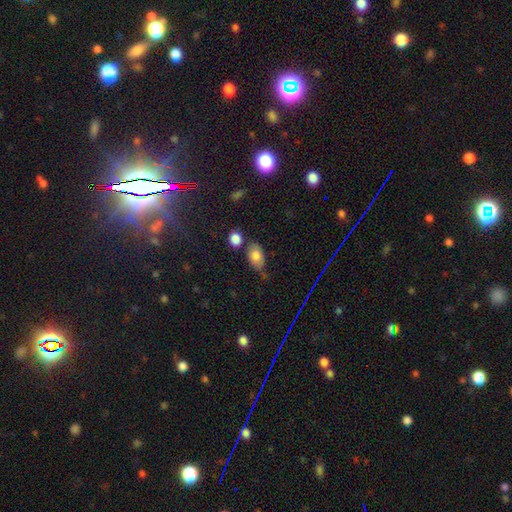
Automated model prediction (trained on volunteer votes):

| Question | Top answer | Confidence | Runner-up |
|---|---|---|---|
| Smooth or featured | smooth | 80% | featured or disk (11%) |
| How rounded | in between | 85% | round (13%) |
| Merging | none | 58% | minor disturbance (23%) |